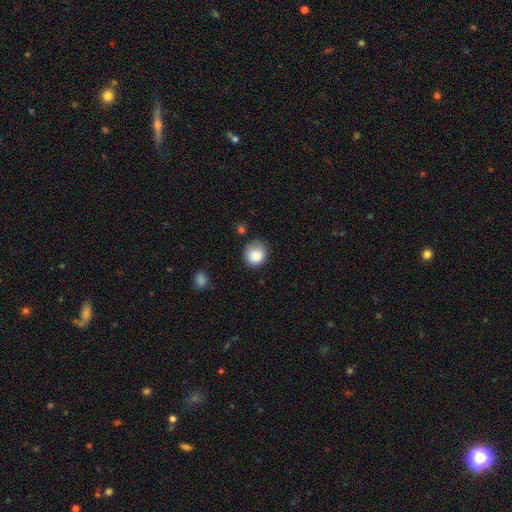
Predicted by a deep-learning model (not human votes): Smooth or featured: smooth — 87% (star or artifact — 9%)
How rounded: round — 87% (in between — 12%)
Merging: none — 70% (minor disturbance — 22%)